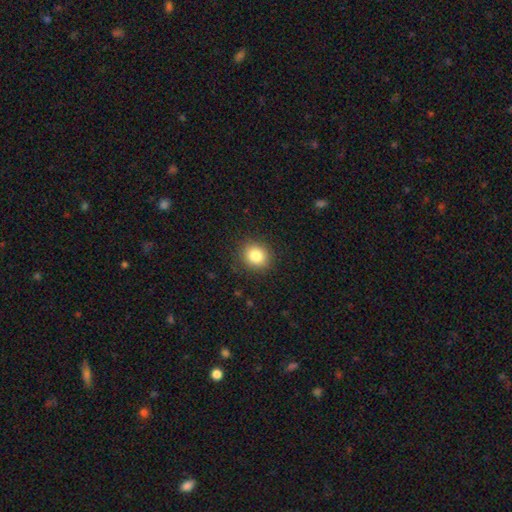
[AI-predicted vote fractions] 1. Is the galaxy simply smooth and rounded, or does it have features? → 84% smooth, 10% star or artifact, 6% featured or disk.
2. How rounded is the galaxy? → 77% round, 22% in between, 1% cigar-shaped.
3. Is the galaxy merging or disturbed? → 89% none, 8% minor disturbance, 2% major disturbance, 1% merger.